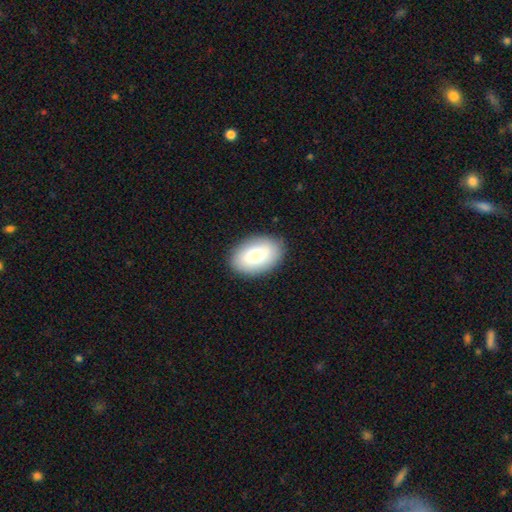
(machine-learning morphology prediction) Smooth or featured? Predicted: smooth (p=0.76). How rounded? Predicted: in between (p=0.90). Merging? Predicted: none (p=0.88).